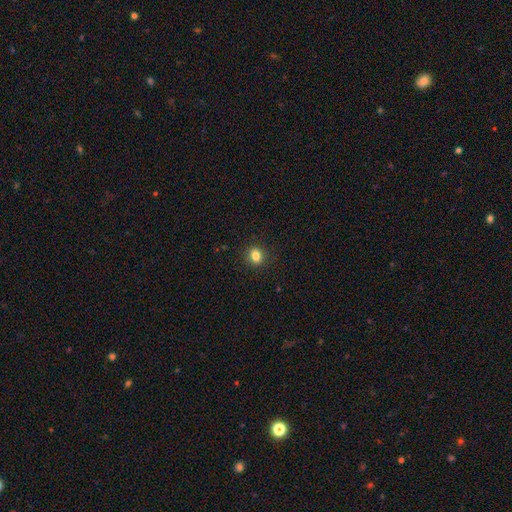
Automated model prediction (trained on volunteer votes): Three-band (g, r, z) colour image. It shows a smooth galaxy with no disk features (82%) that is round (62%). Merging: none (90%).